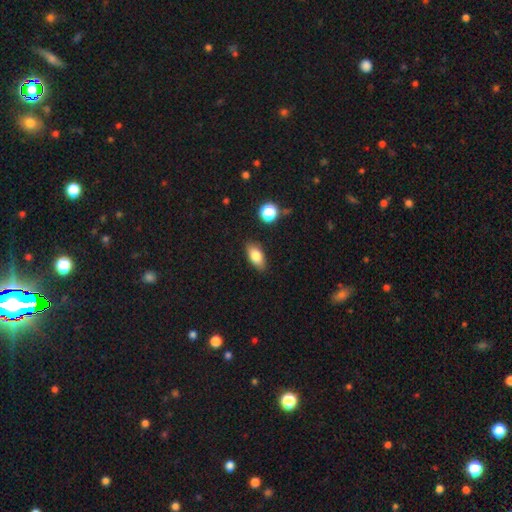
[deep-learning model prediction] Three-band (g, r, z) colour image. It shows a smooth galaxy with no disk features (81%) that is in between round and cigar-shaped (87%). Merging: none (85%).